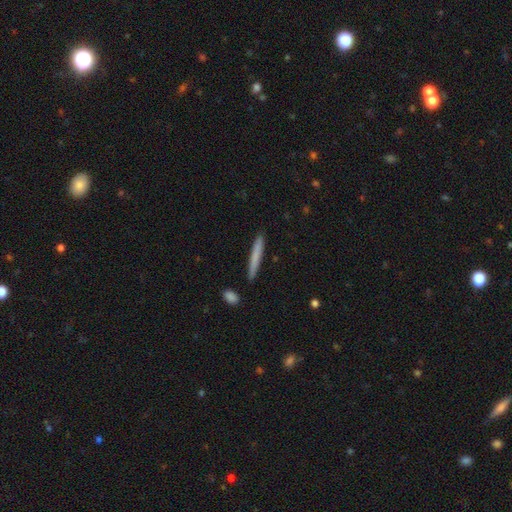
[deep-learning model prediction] A smooth galaxy with no disk features (73%) that is cigar-shaped (96%).

Vote fractions:
- Smooth or featured? smooth: 73% / featured or disk: 21% / star or artifact: 6%
- How rounded? cigar-shaped: 96% / in between: 2% / round: 1%
- Merging? none: 90% / minor disturbance: 7% / merger: 2% / major disturbance: 1%